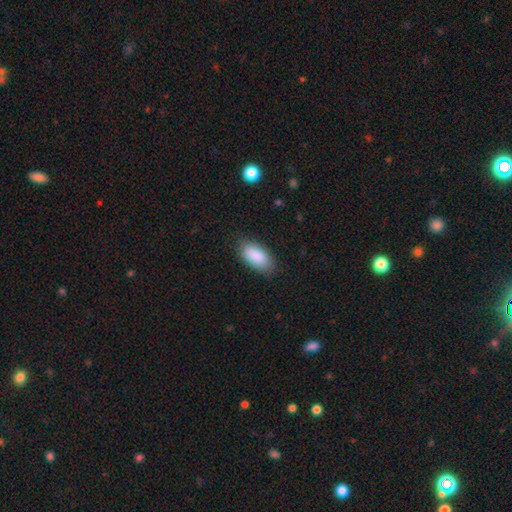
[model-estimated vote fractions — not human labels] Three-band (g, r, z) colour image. It shows a smooth galaxy with no disk features (90%) that is in between round and cigar-shaped (93%). Merging: none (82%).